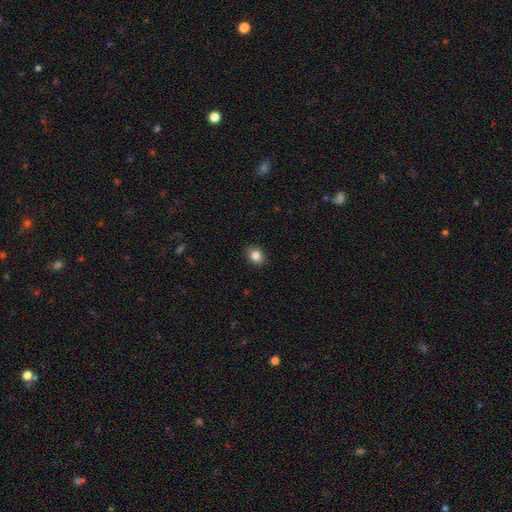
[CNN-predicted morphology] A smooth galaxy with no disk features (85%) that is in between round and cigar-shaped (51%). Merging: none (89%).